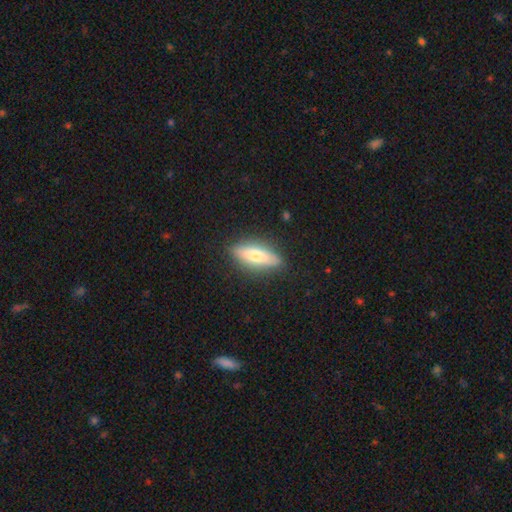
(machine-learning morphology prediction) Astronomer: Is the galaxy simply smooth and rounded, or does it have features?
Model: smooth — 58% (runner-up: featured or disk, 36%).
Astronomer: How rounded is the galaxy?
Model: in between — 54% (runner-up: cigar-shaped, 43%).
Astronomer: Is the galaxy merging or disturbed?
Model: none — 87%.